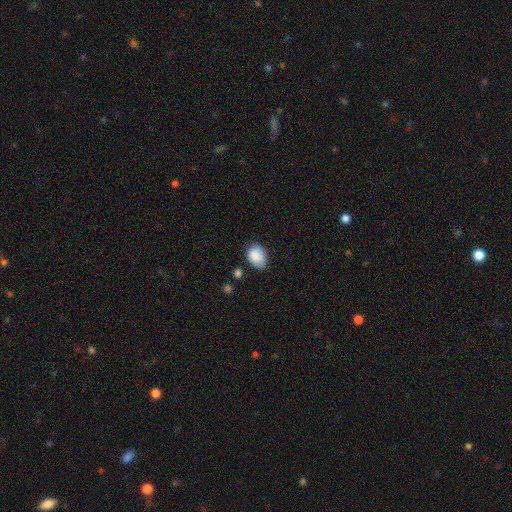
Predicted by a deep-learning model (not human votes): Morphology: type=smooth (86%); roundness=in between (79%); merging=none (61%).